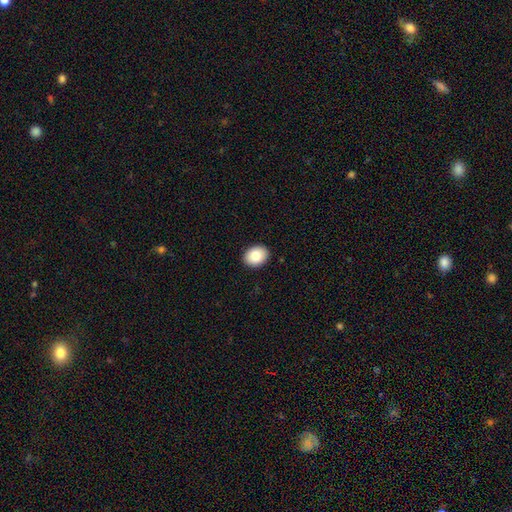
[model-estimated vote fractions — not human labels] Overall: smooth (84%). How rounded: in between (60%; round 39%). Merging: none (91%).